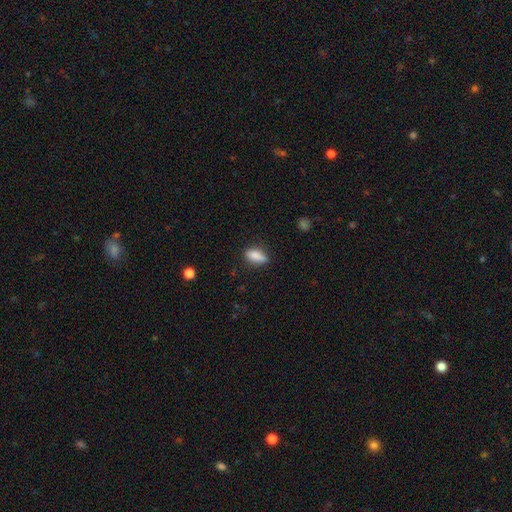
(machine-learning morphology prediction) Q: Smooth or featured?
A: smooth (83%); runner-up: featured or disk (9%)
Q: How rounded?
A: in between (72%); runner-up: cigar-shaped (24%)
Q: Merging?
A: none (77%); runner-up: minor disturbance (17%)